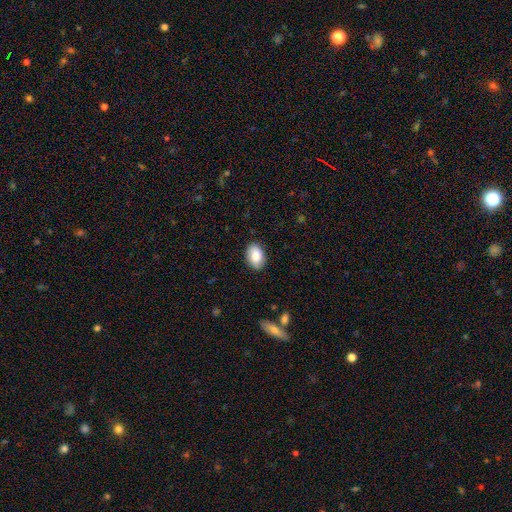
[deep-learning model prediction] Overall: smooth (85%). How rounded: in between (88%). Merging: none (87%).